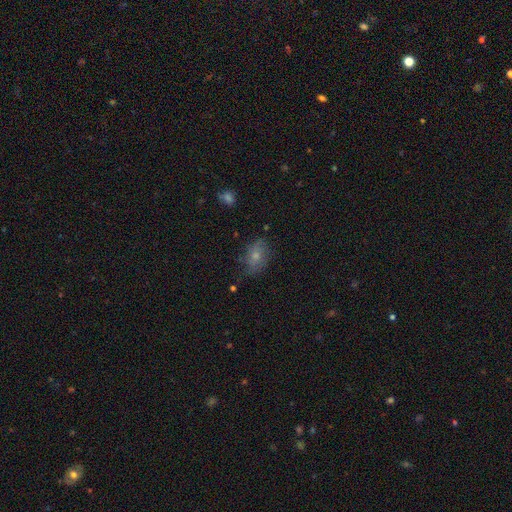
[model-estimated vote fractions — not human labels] Smooth or featured? smooth (57%)
How rounded? in between (79%)
Merging? none (62%)